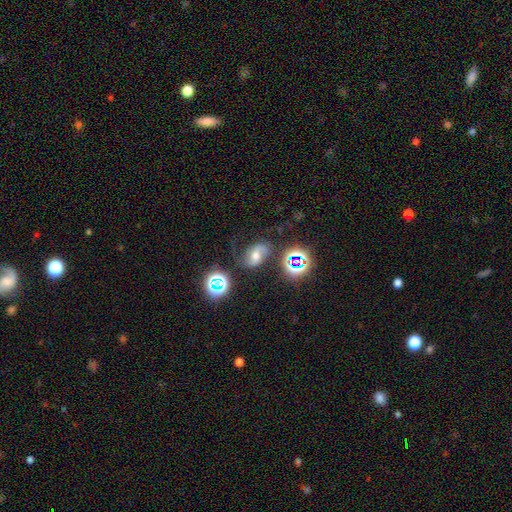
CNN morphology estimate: Smooth or featured?
  - featured or disk: 48% *
  - smooth: 29%
  - star or artifact: 23%
Merging?
  - none: 59% *
  - minor disturbance: 23%
  - major disturbance: 13%
  - merger: 5%